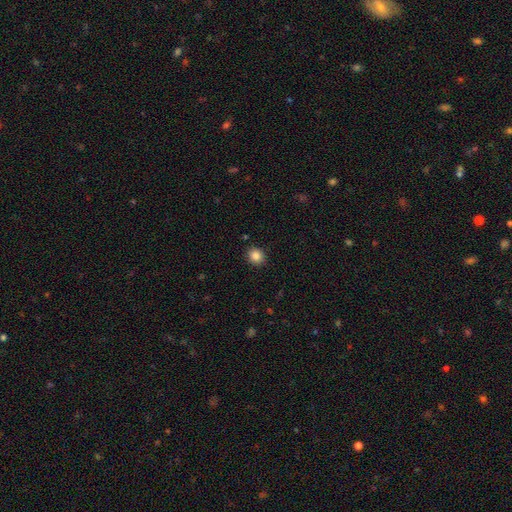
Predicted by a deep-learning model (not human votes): This appears to be a smooth galaxy with no disk features (86%) that is round (77%). Merging: none (90%).